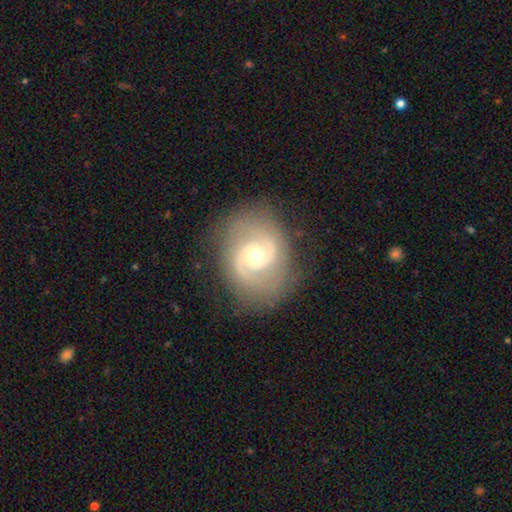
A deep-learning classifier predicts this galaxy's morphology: Q: Smooth or featured?
A: featured or disk (85%); runner-up: smooth (9%)
Q: Edge-on disk?
A: no (98%); runner-up: yes (2%)
Q: Bar?
A: no (52%); runner-up: weak (39%)
Q: Spiral arms?
A: yes (95%); runner-up: no (5%)
Q: Spiral winding?
A: medium (49%); runner-up: tight (34%)
Q: Spiral arm count?
A: 2 (89%); runner-up: can't tell (5%)
Q: Bulge size?
A: moderate (62%); runner-up: small (33%)
Q: Merging?
A: none (84%); runner-up: minor disturbance (11%)